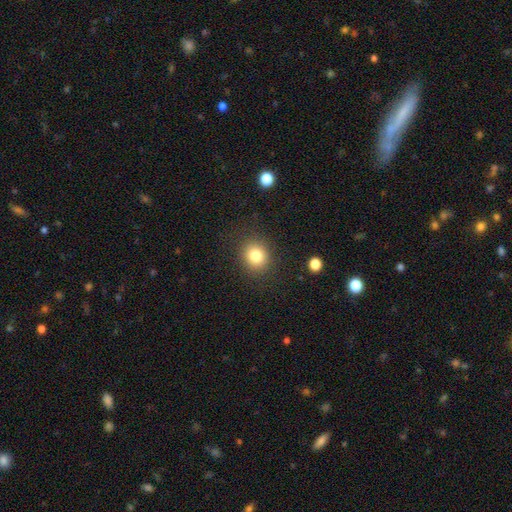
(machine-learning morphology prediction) Smooth or featured? Predicted: smooth (p=0.81). How rounded? Predicted: round (p=0.80). Merging? Predicted: none (p=0.88).